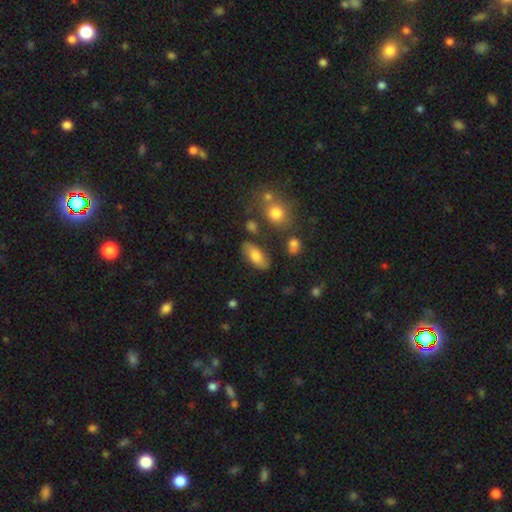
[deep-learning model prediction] smooth 59%, featured or disk 33%, star or artifact 8%. Down the decision tree: how rounded — in between (88%); merging — none (75%).